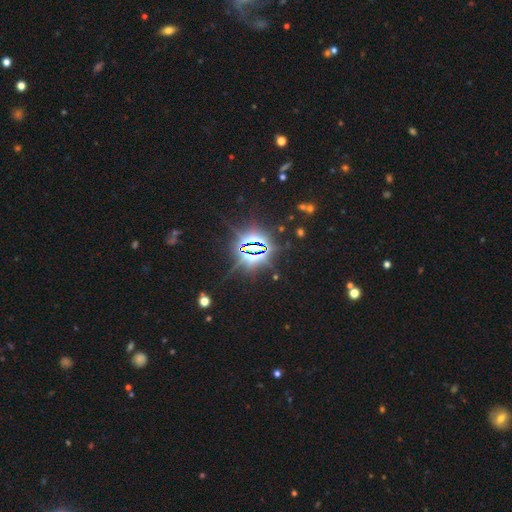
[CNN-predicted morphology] star or artifact 85%, featured or disk 8%, smooth 8%.